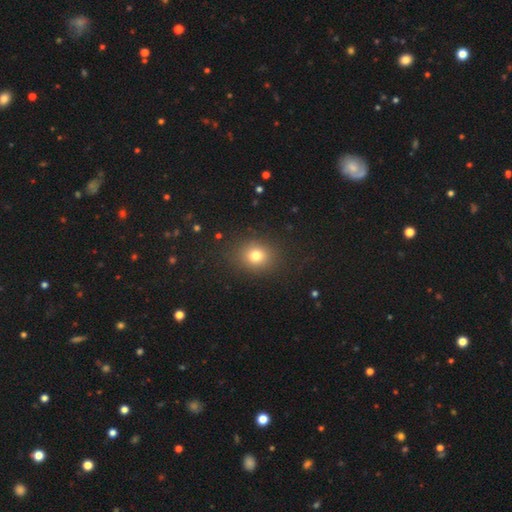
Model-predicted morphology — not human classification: The model was most divided on "how rounded": round: 72%, in between: 27%, cigar-shaped: 1%. More confident: merging — none (87%); smooth or featured — smooth (77%).